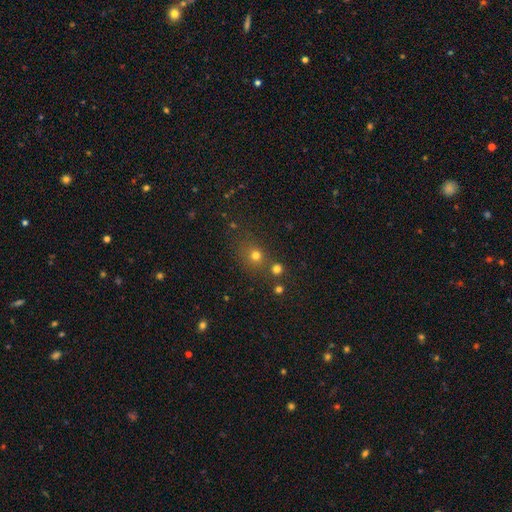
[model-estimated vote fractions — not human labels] smooth 69%, star or artifact 22%, featured or disk 9%. Down the decision tree: how rounded — round (81%); merging — none (67%).